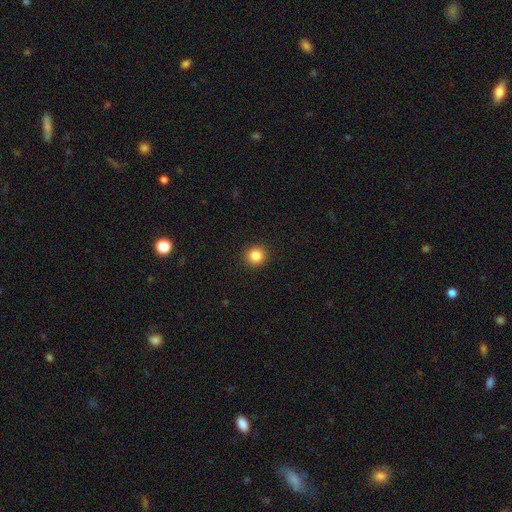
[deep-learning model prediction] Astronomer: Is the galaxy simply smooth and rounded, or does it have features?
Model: smooth — 85%.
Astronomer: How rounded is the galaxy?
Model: round — 93%.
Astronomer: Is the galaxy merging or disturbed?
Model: none — 93%.